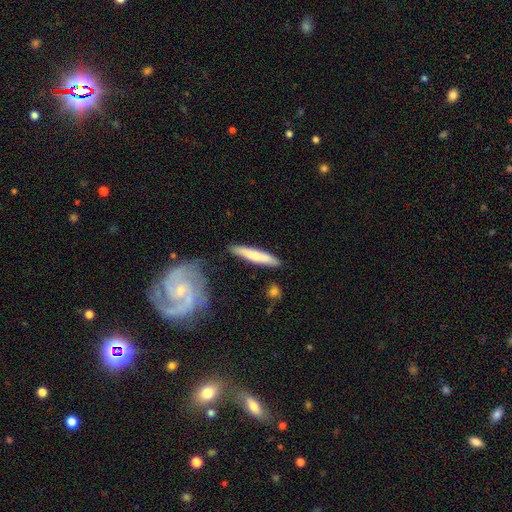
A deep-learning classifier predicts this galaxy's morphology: This appears to be a smooth galaxy with no disk features (66%) that is cigar-shaped (91%). Merging: none (86%).